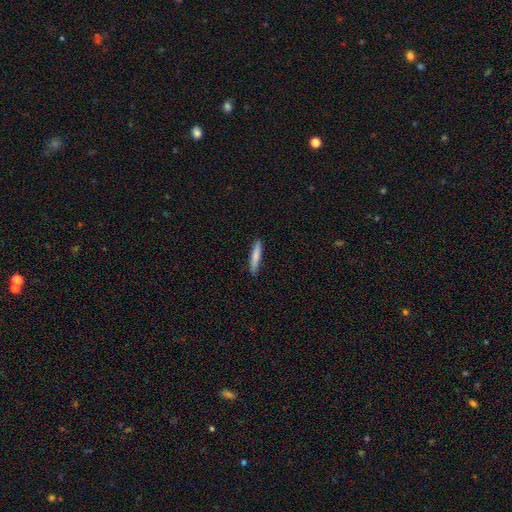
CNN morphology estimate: A smooth galaxy with no disk features (77%) that is cigar-shaped (93%).

Vote fractions:
- Smooth or featured? smooth: 77% / featured or disk: 17% / star or artifact: 6%
- How rounded? cigar-shaped: 93% / in between: 6% / round: 1%
- Merging? none: 88% / minor disturbance: 9% / major disturbance: 2% / merger: 1%